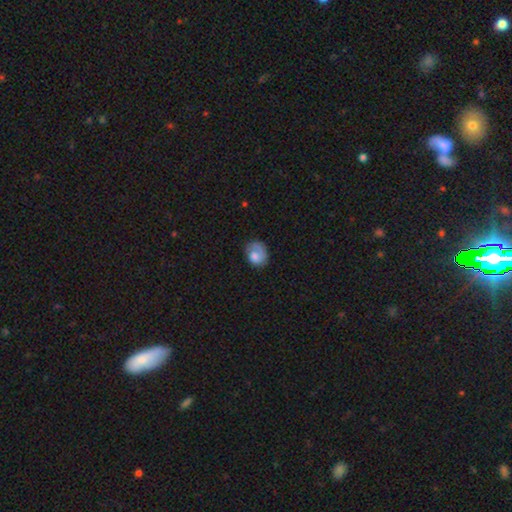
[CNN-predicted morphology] Smooth or featured? smooth (64%)
How rounded? in between (52%)
Merging? none (50%)